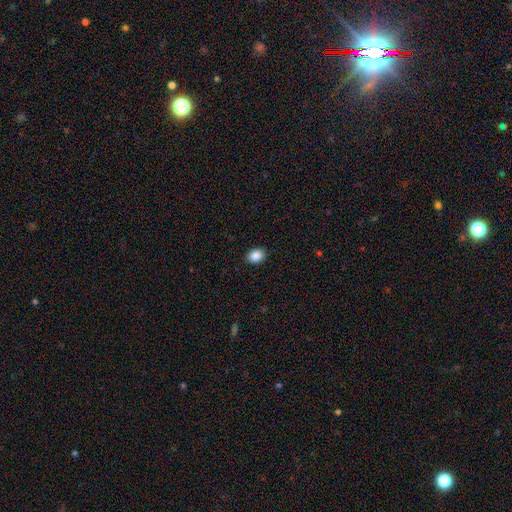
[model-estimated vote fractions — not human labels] Overall: smooth (88%). How rounded: in between (57%; round 42%). Merging: none (90%).